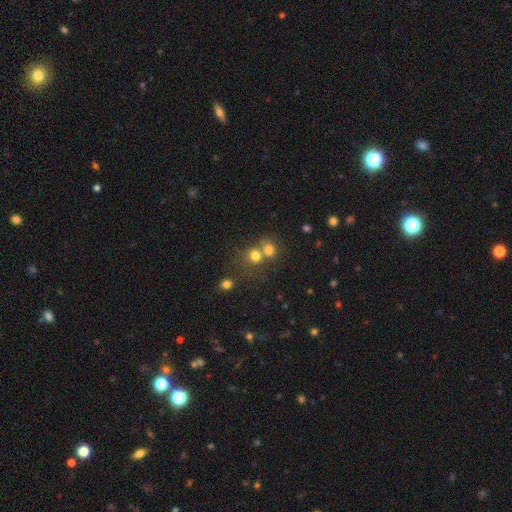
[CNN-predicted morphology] Smooth or featured?
  - smooth: 74% *
  - star or artifact: 15%
  - featured or disk: 11%
How rounded?
  - round: 76% *
  - in between: 23%
  - cigar-shaped: 1%
Merging?
  - merger: 49% *
  - none: 40%
  - minor disturbance: 7%
  - major disturbance: 4%